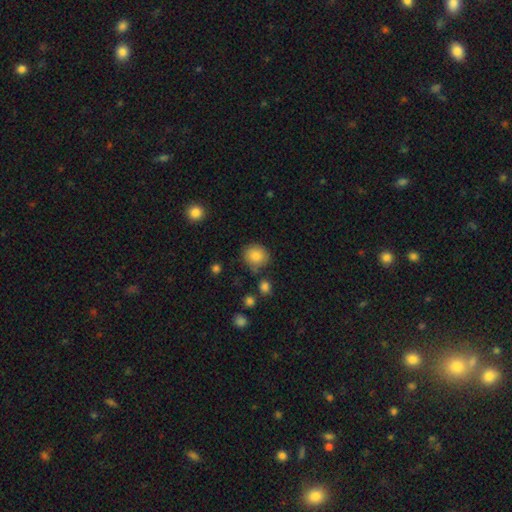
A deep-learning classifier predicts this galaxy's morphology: smooth-or-featured: smooth: 83% | star or artifact: 10% | featured or disk: 7%
  how-rounded: round: 85% | in between: 14% | cigar-shaped: 1%
  merging: none: 79% | minor disturbance: 13% | merger: 5% | major disturbance: 3%